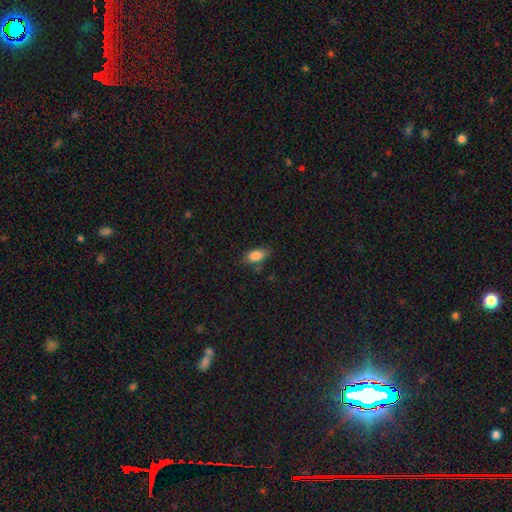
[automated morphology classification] Smooth or featured? Predicted: smooth (p=0.85). How rounded? Predicted: in between (p=0.89). Merging? Predicted: none (p=0.72).